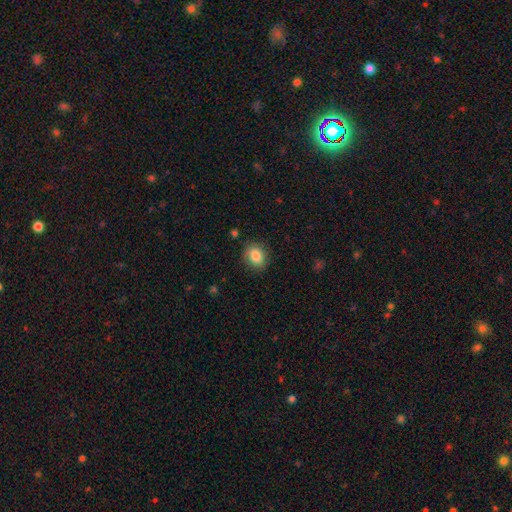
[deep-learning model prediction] Morphology: type=smooth (86%); roundness=round (56%); merging=none (85%).